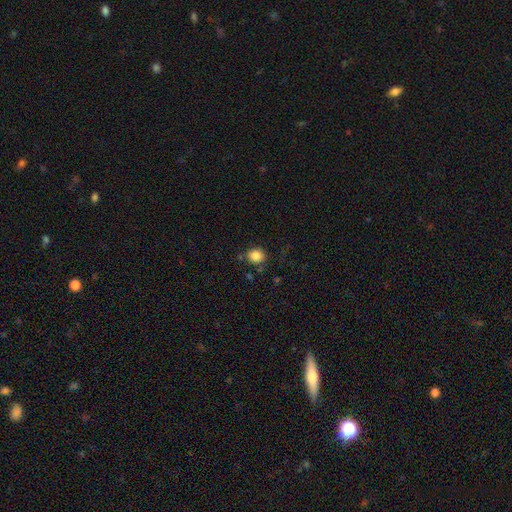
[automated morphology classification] type=smooth (85%); roundness=round (77%); merging=none (80%).